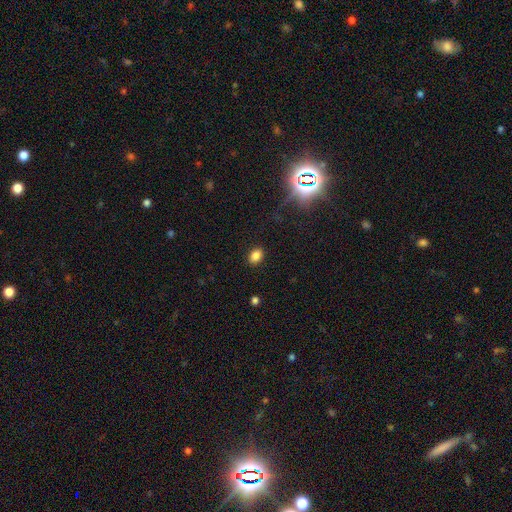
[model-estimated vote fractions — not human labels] Smooth or featured? smooth (83%)
How rounded? in between (75%)
Merging? none (88%)